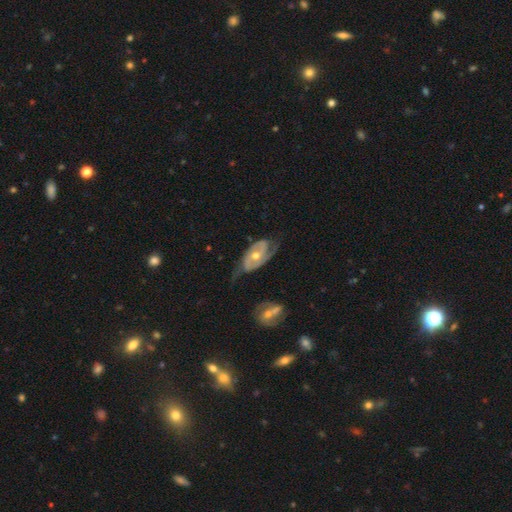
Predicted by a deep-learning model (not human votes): This is clearly a featured or disk galaxy (82%). It is clearly not viewed edge-on (93%). Bar: likely no (64%). Spiral arm pattern: clearly yes (88%). Spiral arm count: likely 2 (74%). Spiral winding: marginally tight (41%). Central bulge: likely moderate (71%). Merging: possibly none (52%).